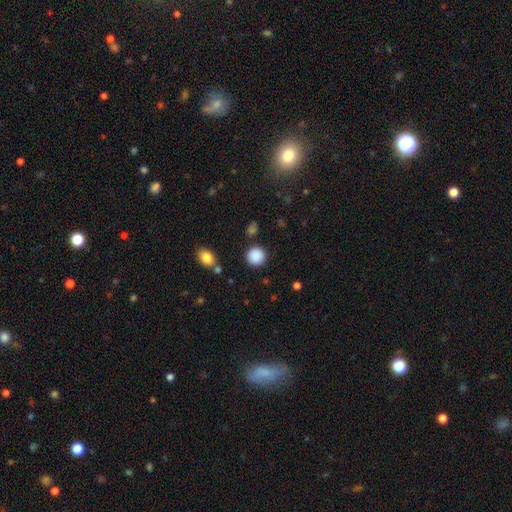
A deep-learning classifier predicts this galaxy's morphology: This is clearly a smooth galaxy (88%). How rounded: clearly round (93%). Merging: clearly none (87%).